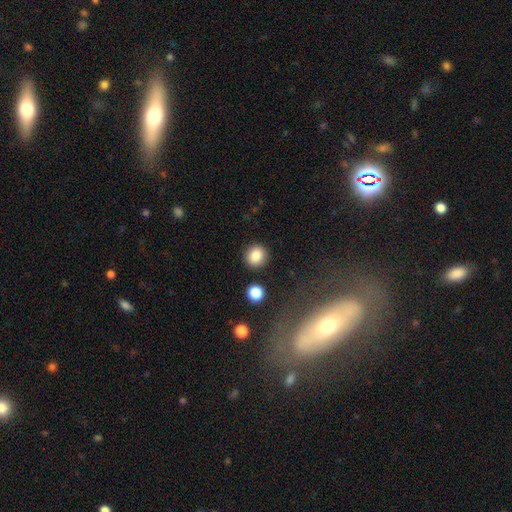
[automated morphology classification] Overall: smooth (85%). How rounded: round (86%). Merging: none (89%).